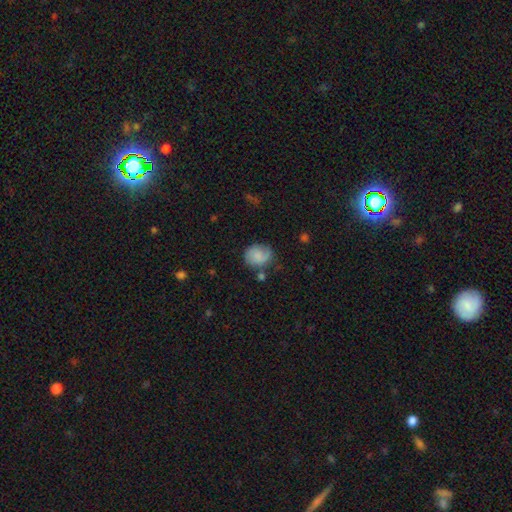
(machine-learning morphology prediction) smooth 67%, featured or disk 25%, star or artifact 8%. Down the decision tree: how rounded — round (64%); merging — none (59%).